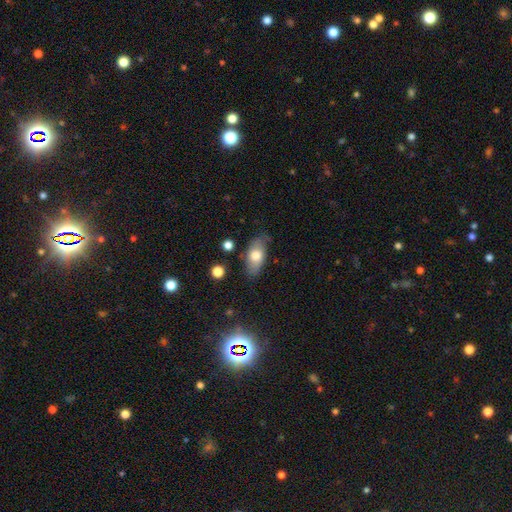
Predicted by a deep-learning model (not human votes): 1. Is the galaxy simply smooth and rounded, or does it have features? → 71% smooth, 22% featured or disk, 7% star or artifact.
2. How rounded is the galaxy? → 88% in between, 7% cigar-shaped, 5% round.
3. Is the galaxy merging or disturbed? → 72% none, 20% minor disturbance, 5% major disturbance, 3% merger.